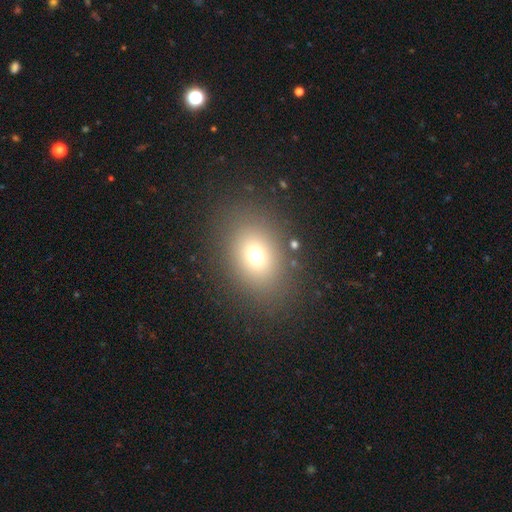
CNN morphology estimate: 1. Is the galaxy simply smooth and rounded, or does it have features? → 70% smooth, 17% star or artifact, 13% featured or disk.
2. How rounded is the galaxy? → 65% in between, 34% round, 1% cigar-shaped.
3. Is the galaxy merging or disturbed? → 84% none, 9% minor disturbance, 5% major disturbance, 2% merger.